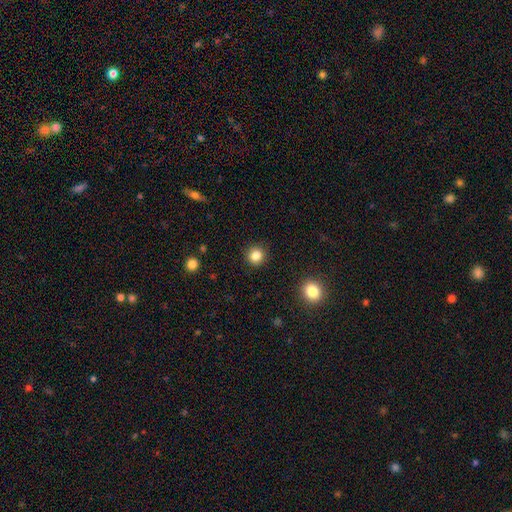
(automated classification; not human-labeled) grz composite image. It shows a smooth galaxy with no disk features (84%) that is round (91%). Merging: none (91%).